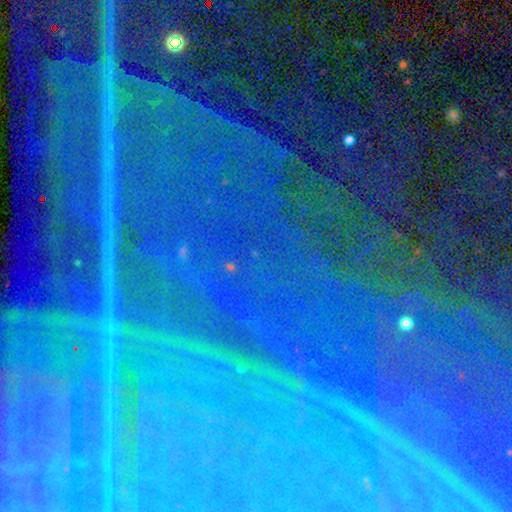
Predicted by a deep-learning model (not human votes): A star or artifact, not a galaxy (87%).

Vote fractions:
- Smooth or featured? star or artifact: 87% / featured or disk: 7% / smooth: 6%